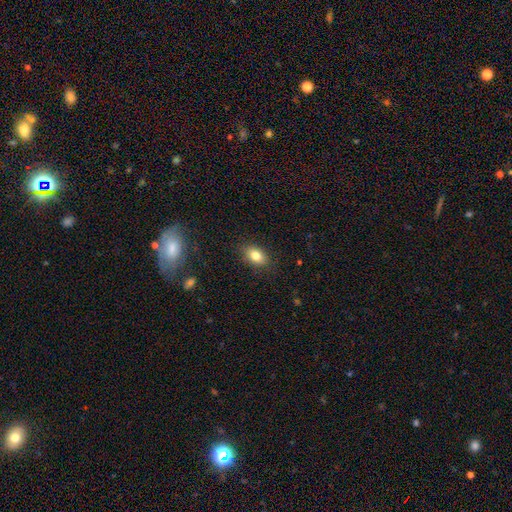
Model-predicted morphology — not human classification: This is clearly a smooth galaxy (81%). How rounded: clearly in between (83%). Merging: clearly none (86%).